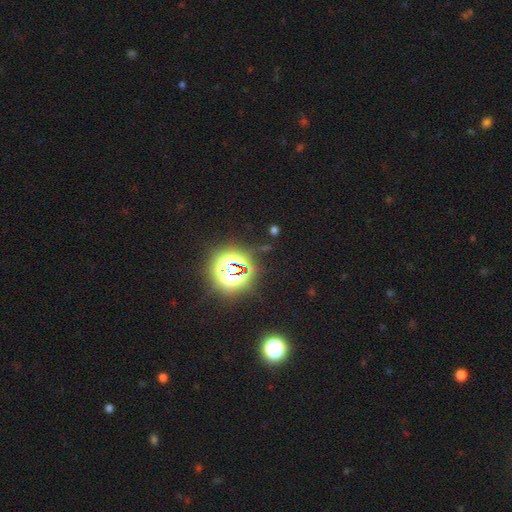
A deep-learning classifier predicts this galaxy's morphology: Overall: star or artifact (83%).